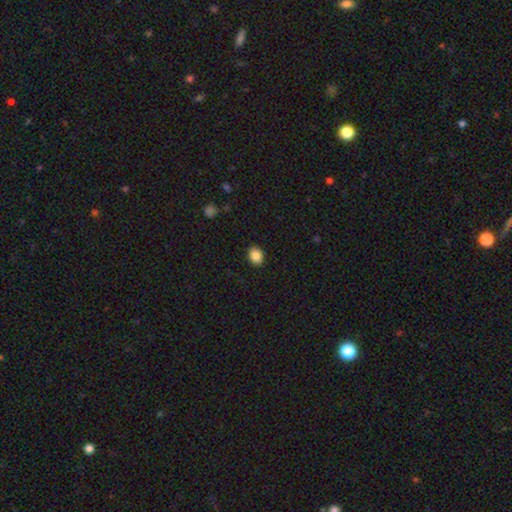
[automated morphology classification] Smooth or featured? Predicted: smooth (p=0.86). How rounded? Predicted: in between (p=0.60). Merging? Predicted: none (p=0.89).